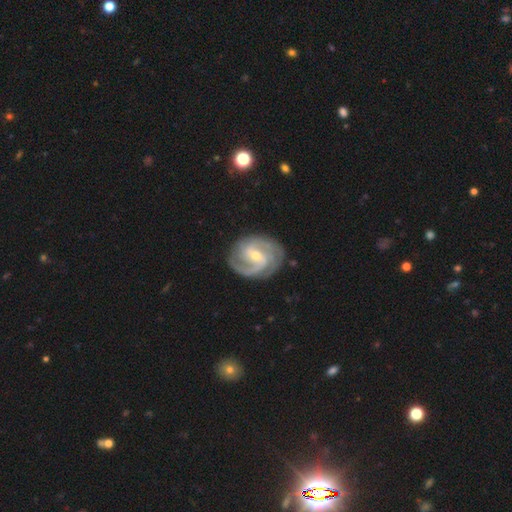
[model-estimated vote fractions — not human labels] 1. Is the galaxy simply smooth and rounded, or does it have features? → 90% featured or disk, 6% smooth, 4% star or artifact.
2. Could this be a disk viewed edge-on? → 98% no, 2% yes.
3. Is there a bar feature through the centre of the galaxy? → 53% weak, 26% no, 21% strong.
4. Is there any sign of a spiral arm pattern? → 98% yes, 2% no.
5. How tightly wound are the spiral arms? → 46% tight, 45% medium, 10% loose.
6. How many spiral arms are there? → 50% 2, 28% 3, 10% can't tell, 5% 4, 4% 1, 4% more than 4.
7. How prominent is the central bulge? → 49% moderate, 48% small, 2% large, 1% none, 1% dominant.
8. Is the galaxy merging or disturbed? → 80% none, 14% minor disturbance, 5% major disturbance, 1% merger.